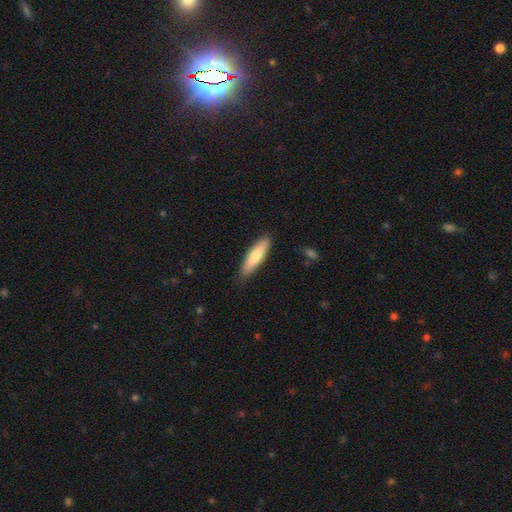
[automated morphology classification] Q: Smooth or featured?
A: smooth (74%); runner-up: featured or disk (21%)
Q: How rounded?
A: cigar-shaped (71%); runner-up: in between (27%)
Q: Merging?
A: none (87%); runner-up: minor disturbance (11%)